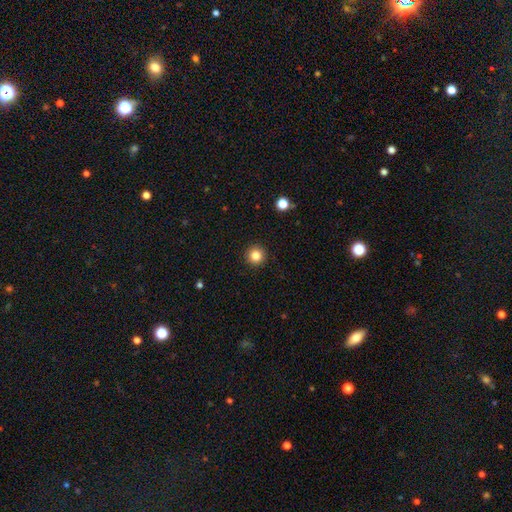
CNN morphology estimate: smooth-or-featured: smooth: 83% | star or artifact: 12% | featured or disk: 5%
  how-rounded: round: 96% | in between: 3% | cigar-shaped: 1%
  merging: none: 93% | minor disturbance: 4% | major disturbance: 2% | merger: 1%